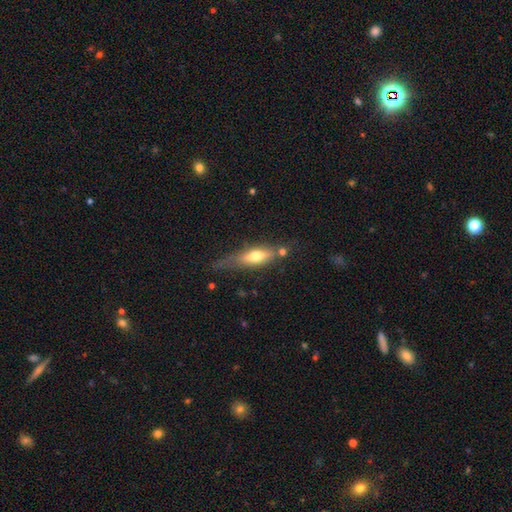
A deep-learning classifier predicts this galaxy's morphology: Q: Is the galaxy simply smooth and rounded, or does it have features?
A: smooth — 51%.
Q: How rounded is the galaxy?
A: cigar-shaped — 53%.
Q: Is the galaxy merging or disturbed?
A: none — 56%.